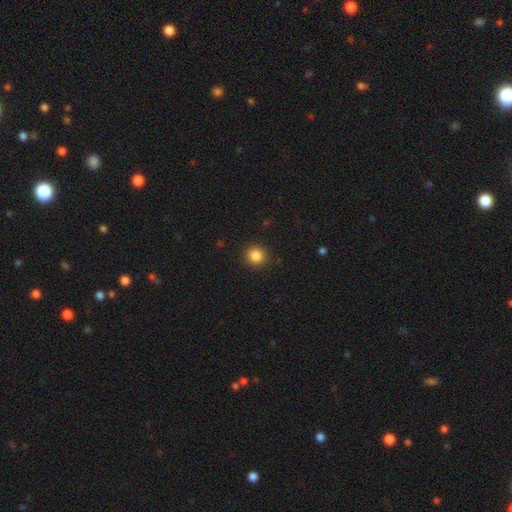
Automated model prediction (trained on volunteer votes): Q: Smooth or featured?
A: smooth (85%); runner-up: star or artifact (10%)
Q: How rounded?
A: round (91%); runner-up: in between (8%)
Q: Merging?
A: none (91%); runner-up: minor disturbance (6%)